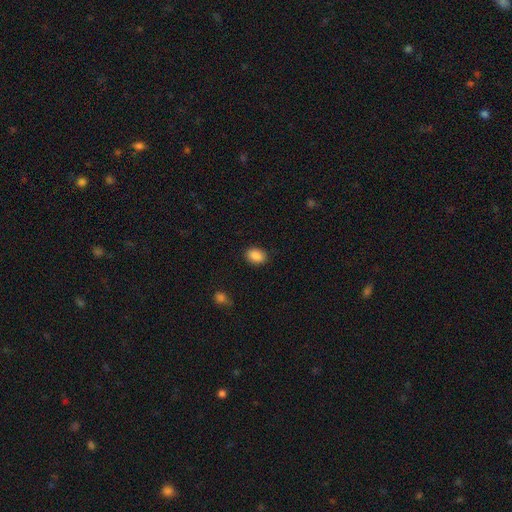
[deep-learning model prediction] A smooth galaxy with no disk features (88%) that is in between round and cigar-shaped (74%).

Vote fractions:
- Smooth or featured? smooth: 88% / star or artifact: 8% / featured or disk: 4%
- How rounded? in between: 74% / round: 24% / cigar-shaped: 1%
- Merging? none: 88% / minor disturbance: 9% / major disturbance: 2% / merger: 1%